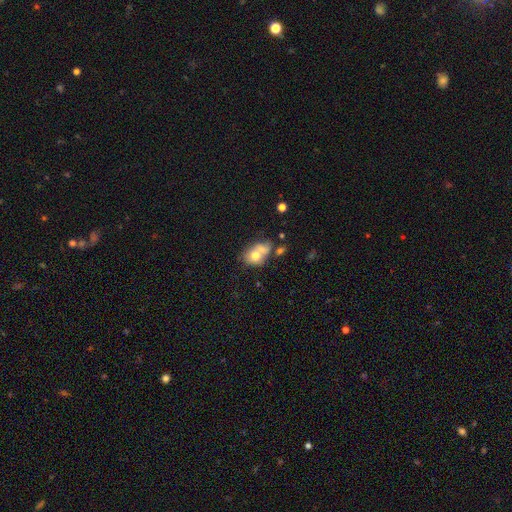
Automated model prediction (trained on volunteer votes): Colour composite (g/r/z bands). It shows a smooth galaxy with no disk features (69%) that is in between round and cigar-shaped (52%). Merging: merger (49%).